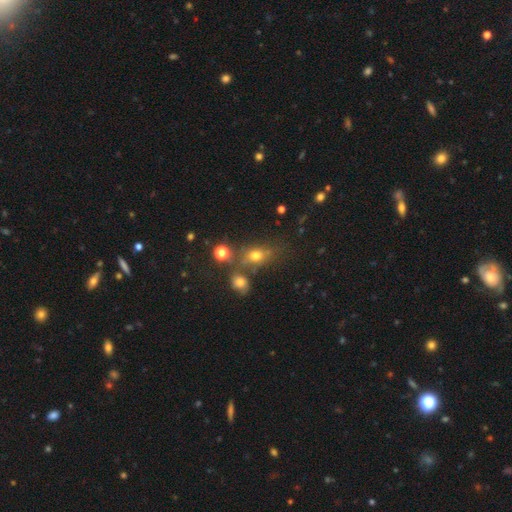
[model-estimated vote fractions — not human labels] Smooth or featured?
  - smooth: 65% *
  - star or artifact: 19%
  - featured or disk: 16%
How rounded?
  - in between: 61% *
  - round: 34%
  - cigar-shaped: 5%
Merging?
  - none: 55% *
  - merger: 21%
  - minor disturbance: 16%
  - major disturbance: 8%